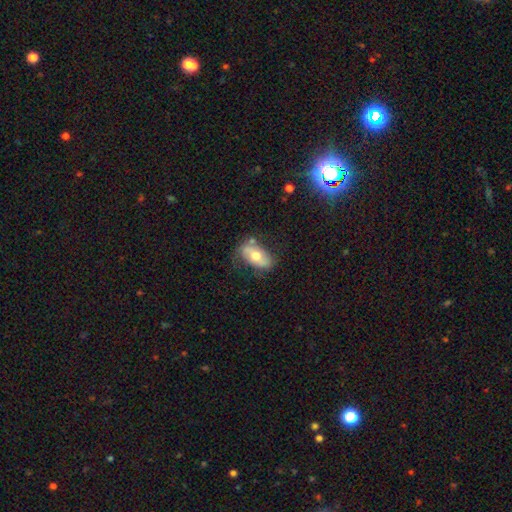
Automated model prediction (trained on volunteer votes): This appears to be a smooth galaxy with no disk features (51%) that is in between round and cigar-shaped (89%). Merging: none (60%).